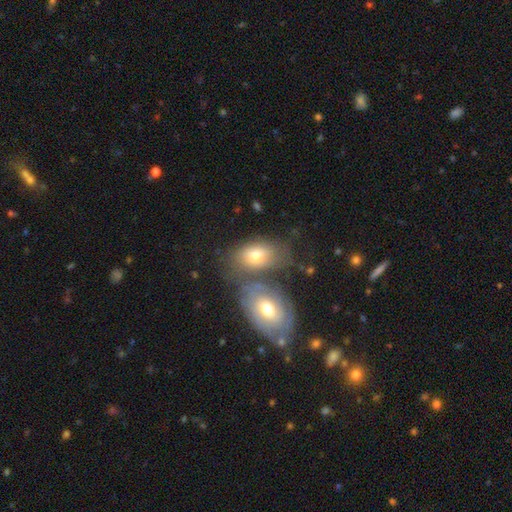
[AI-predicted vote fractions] smooth 59%, featured or disk 32%, star or artifact 9%. Down the decision tree: how rounded — in between (88%); merging — merger (41%).